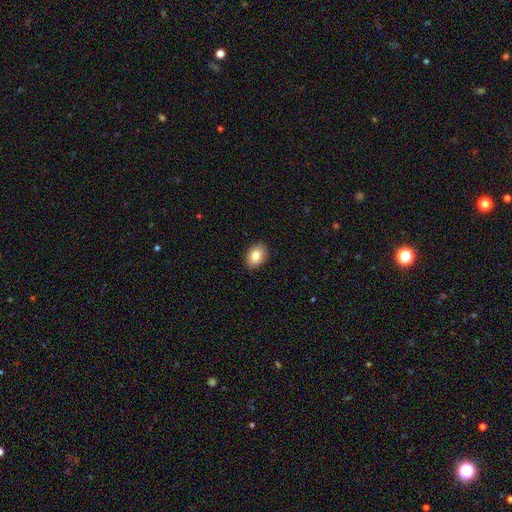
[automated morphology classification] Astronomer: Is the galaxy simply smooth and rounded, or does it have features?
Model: smooth — 83%.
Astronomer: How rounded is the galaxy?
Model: in between — 74%.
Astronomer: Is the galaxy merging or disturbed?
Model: none — 89%.